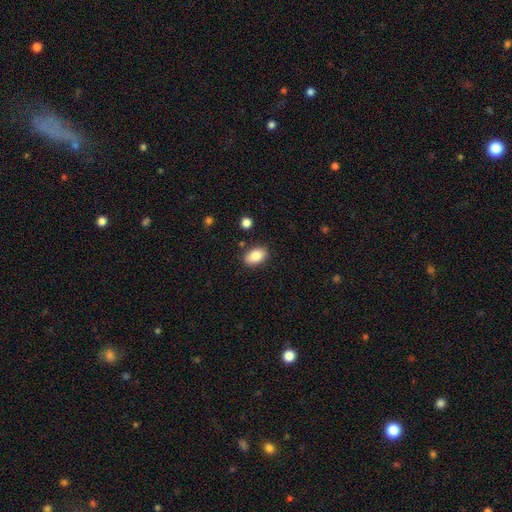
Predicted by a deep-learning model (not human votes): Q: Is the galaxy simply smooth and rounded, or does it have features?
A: smooth — 85%.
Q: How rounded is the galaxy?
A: in between — 90%.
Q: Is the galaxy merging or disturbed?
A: none — 85%.